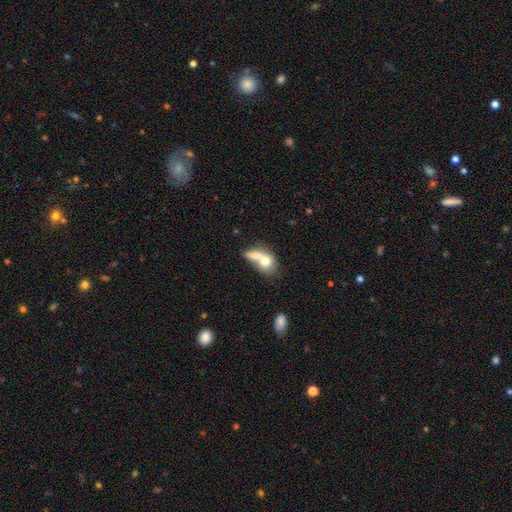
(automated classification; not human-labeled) This appears to be a smooth galaxy with no disk features (68%) that is in between round and cigar-shaped (59%). Merging: merger (75%).